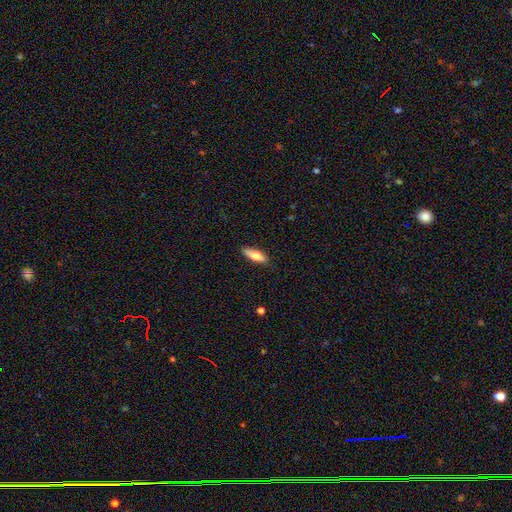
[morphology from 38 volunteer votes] Q: Smooth or featured?
A: smooth (61%); runner-up: featured or disk (37%)
Q: How rounded?
A: in between (61%); runner-up: cigar-shaped (39%)
Q: Merging?
A: none (95%); runner-up: minor disturbance (3%)